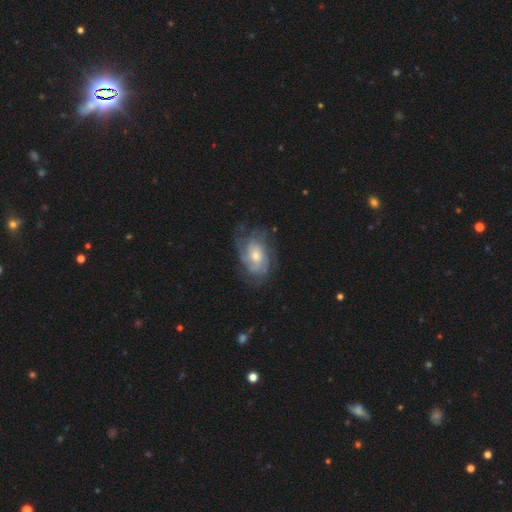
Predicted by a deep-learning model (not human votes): smooth-or-featured: featured or disk: 75% | smooth: 18% | star or artifact: 6%
  disk-edge-on: no: 96% | yes: 4%
    bar: no: 72% | weak: 24% | strong: 4%
    has-spiral-arms: yes: 88% | no: 12%
      spiral-winding: tight: 52% | medium: 34% | loose: 14%
      spiral-arm-count: can't tell: 48% | 2: 15% | 3: 14% | 4: 12% | more than 4: 6% | 1: 5%
    bulge-size: moderate: 50% | small: 42% | large: 6% | none: 2% | dominant: 1%
  merging: none: 62% | minor disturbance: 22% | major disturbance: 15% | merger: 1%